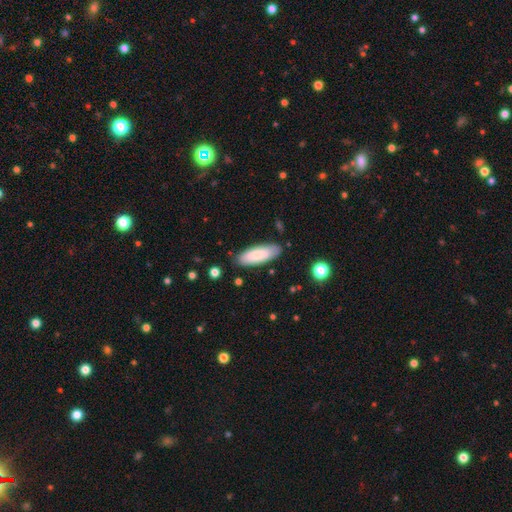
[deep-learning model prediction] Smooth or featured? smooth (82%)
How rounded? in between (65%)
Merging? none (85%)